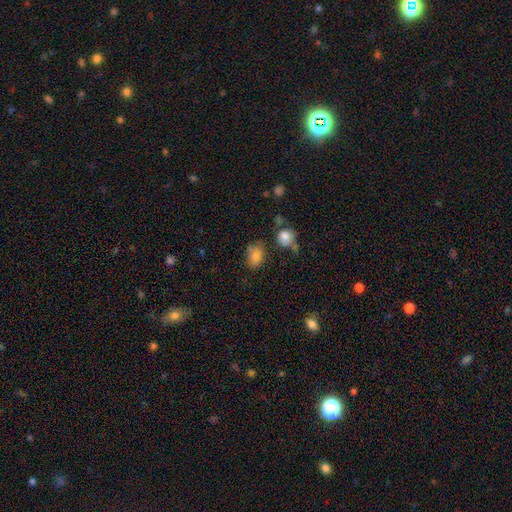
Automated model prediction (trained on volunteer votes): A smooth galaxy with no disk features (84%) that is in between round and cigar-shaped (78%). Merging: none (62%).